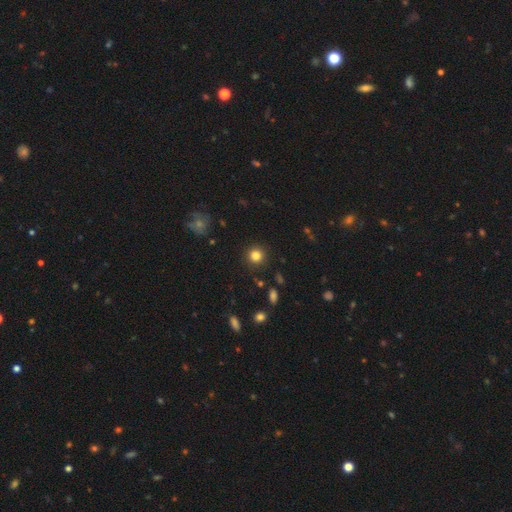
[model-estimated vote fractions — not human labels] smooth_or_featured: smooth (p=0.83) [alt: star or artifact p=0.12]
how_rounded: round (p=0.93) [alt: in between p=0.06]
merging: none (p=0.90) [alt: minor disturbance p=0.06]